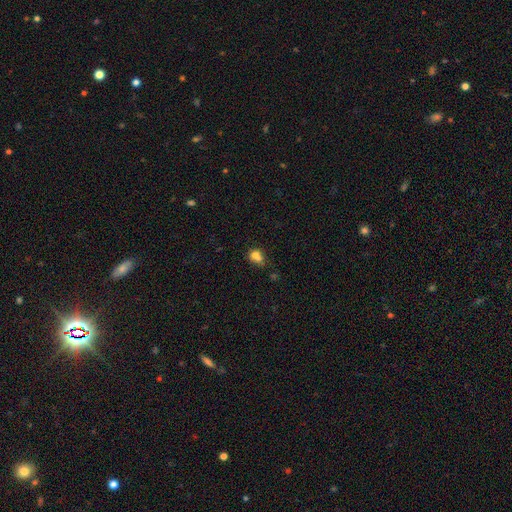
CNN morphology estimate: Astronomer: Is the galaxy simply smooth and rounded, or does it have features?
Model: smooth — 74%.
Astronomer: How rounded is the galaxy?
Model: round — 56% (runner-up: in between, 43%).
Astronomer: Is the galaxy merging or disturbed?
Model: merger — 40% (runner-up: none, 35%).